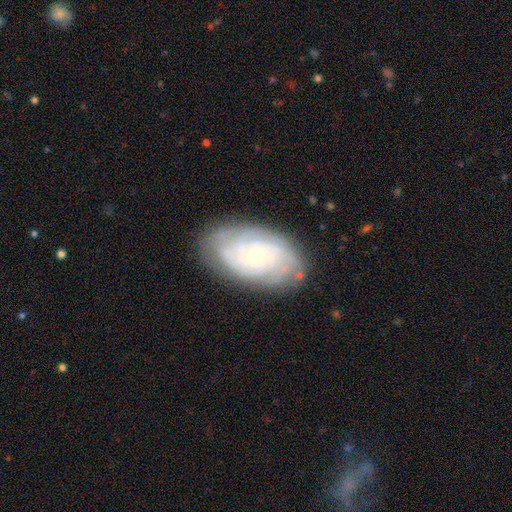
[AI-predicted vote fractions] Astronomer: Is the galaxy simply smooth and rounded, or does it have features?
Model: featured or disk — 75%.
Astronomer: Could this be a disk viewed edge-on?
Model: no — 95%.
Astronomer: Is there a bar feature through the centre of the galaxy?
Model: no — 77%.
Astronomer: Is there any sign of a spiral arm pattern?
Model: yes — 89%.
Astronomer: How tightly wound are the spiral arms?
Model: tight — 73%.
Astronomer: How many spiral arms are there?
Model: can't tell — 49%.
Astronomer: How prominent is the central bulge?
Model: small — 78%.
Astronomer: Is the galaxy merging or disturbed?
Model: none — 79%.